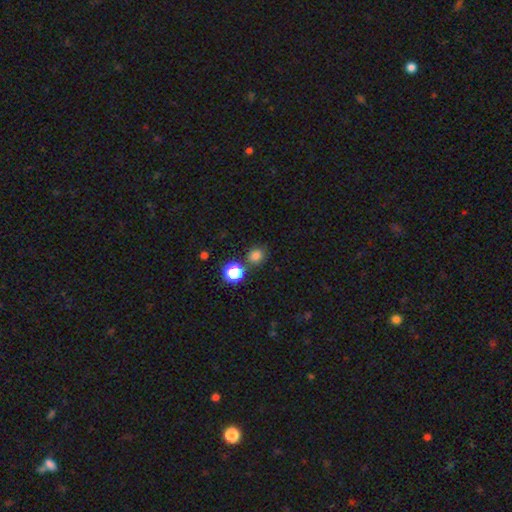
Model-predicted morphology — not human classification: smooth-or-featured: smooth: 78% | star or artifact: 17% | featured or disk: 4%
  how-rounded: round: 85% | in between: 14% | cigar-shaped: 1%
  merging: none: 78% | minor disturbance: 10% | merger: 9% | major disturbance: 3%